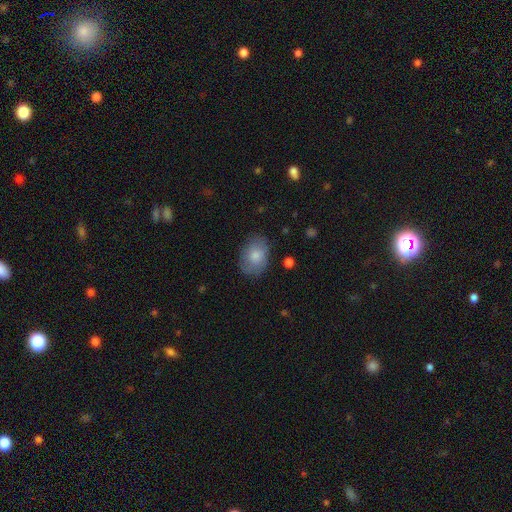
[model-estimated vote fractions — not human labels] A smooth galaxy with no disk features (80%) that is in between round and cigar-shaped (76%).

Vote fractions:
- Smooth or featured? smooth: 80% / featured or disk: 14% / star or artifact: 7%
- How rounded? in between: 76% / round: 23% / cigar-shaped: 1%
- Merging? none: 76% / minor disturbance: 17% / major disturbance: 5% / merger: 1%